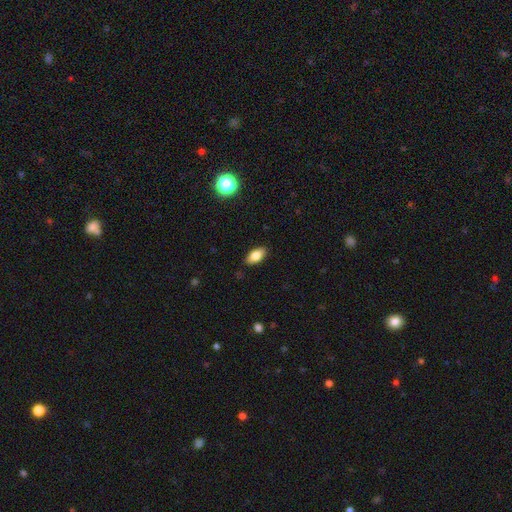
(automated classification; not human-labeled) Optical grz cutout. It shows a smooth galaxy with no disk features (80%) that is in between round and cigar-shaped (88%). Merging: none (88%).